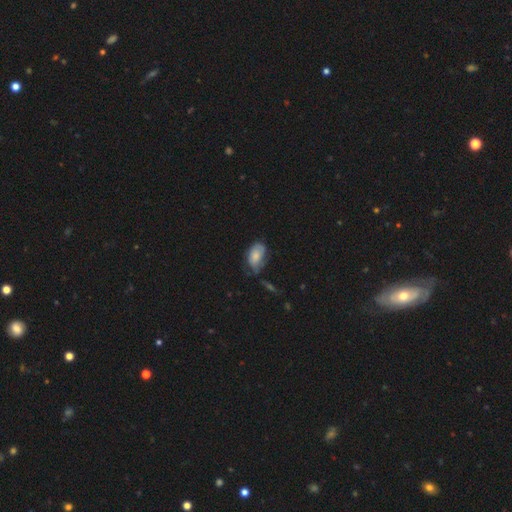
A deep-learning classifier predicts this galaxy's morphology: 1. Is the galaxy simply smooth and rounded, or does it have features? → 71% smooth, 21% featured or disk, 8% star or artifact.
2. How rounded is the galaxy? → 91% in between, 7% round, 2% cigar-shaped.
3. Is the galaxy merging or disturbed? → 46% none, 36% minor disturbance, 14% major disturbance, 4% merger.